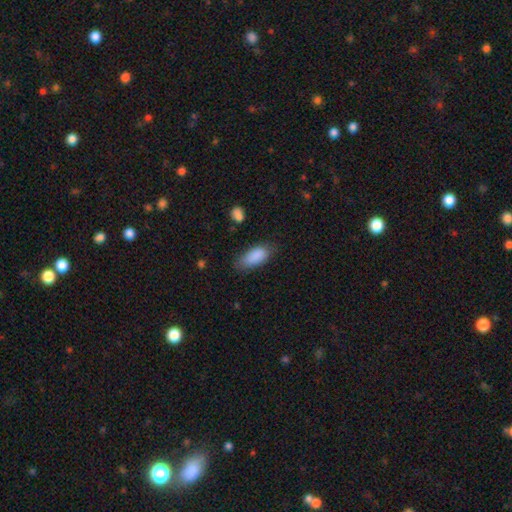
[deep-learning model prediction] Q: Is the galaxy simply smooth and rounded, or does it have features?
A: smooth — 88%.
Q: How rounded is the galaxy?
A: in between — 86%.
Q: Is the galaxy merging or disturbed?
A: none — 71%.